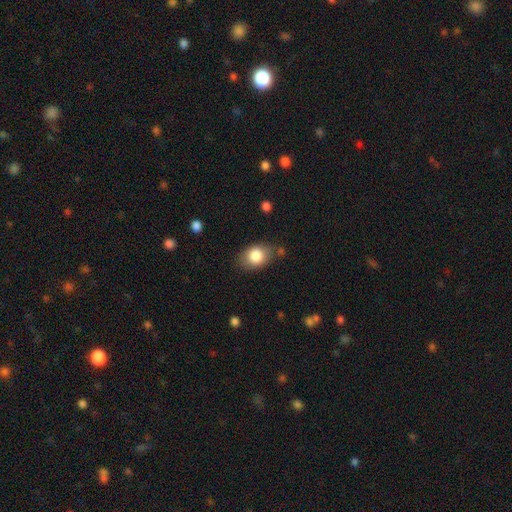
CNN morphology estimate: Overall: smooth (83%). How rounded: in between (71%). Merging: none (73%).